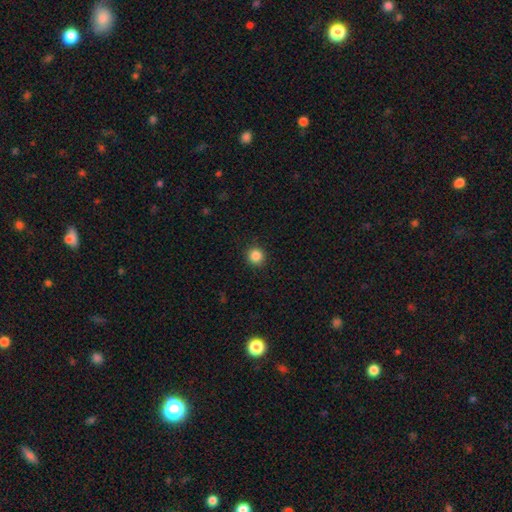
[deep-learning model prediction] Smooth or featured? smooth (86%)
How rounded? round (94%)
Merging? none (92%)